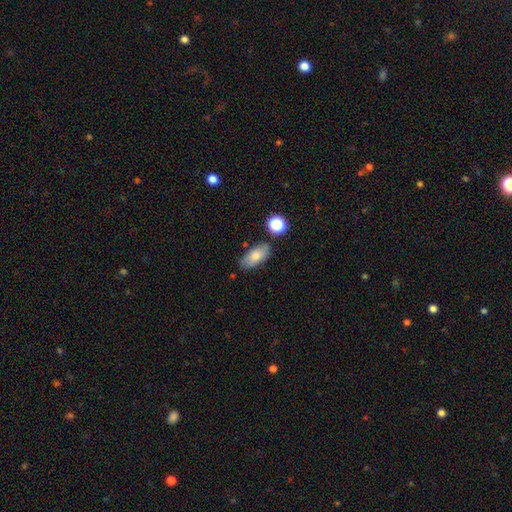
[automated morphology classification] type=smooth (79%); roundness=in between (88%); merging=none (75%).